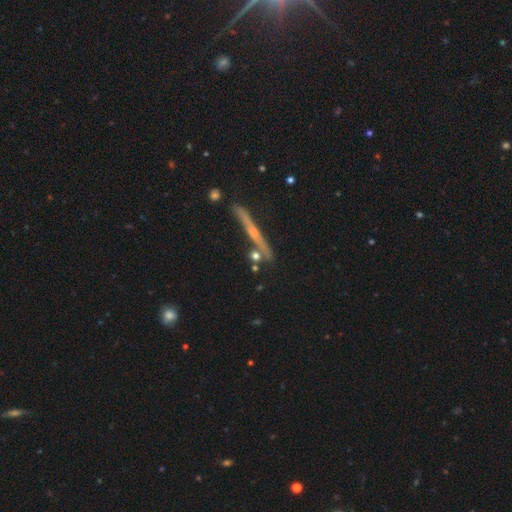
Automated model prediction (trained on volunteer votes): This is possibly a smooth galaxy (58%). How rounded: possibly round (47%). Merging: likely none (71%).